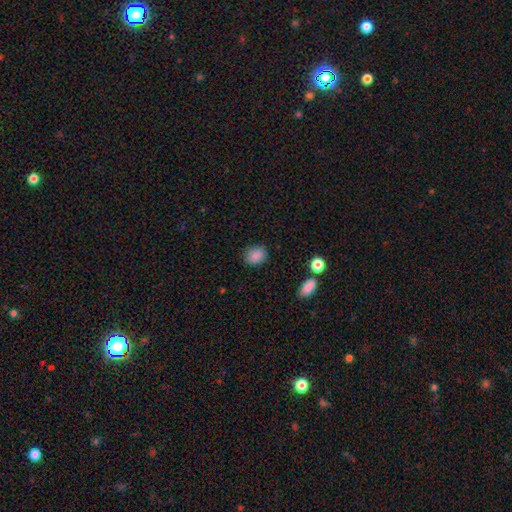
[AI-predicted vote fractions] A smooth galaxy with no disk features (85%) that is in between round and cigar-shaped (52%). Merging: none (84%).